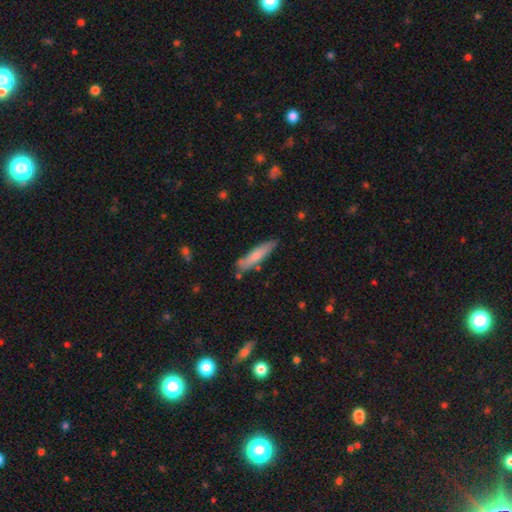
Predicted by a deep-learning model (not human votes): A smooth galaxy with no disk features (72%) that is cigar-shaped (85%).

Vote fractions:
- Smooth or featured? smooth: 72% / featured or disk: 22% / star or artifact: 5%
- How rounded? cigar-shaped: 85% / in between: 14% / round: 1%
- Merging? none: 75% / minor disturbance: 18% / merger: 4% / major disturbance: 3%